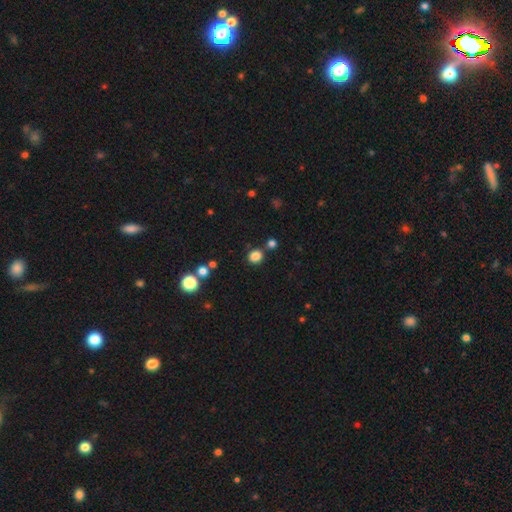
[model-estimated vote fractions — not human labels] Q: Smooth or featured?
A: smooth (83%); runner-up: star or artifact (13%)
Q: How rounded?
A: round (77%); runner-up: in between (22%)
Q: Merging?
A: none (80%); runner-up: minor disturbance (9%)